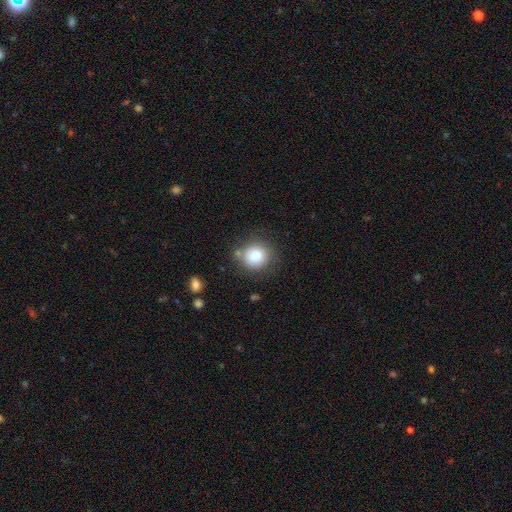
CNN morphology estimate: type=smooth (77%); roundness=round (91%); merging=none (80%).